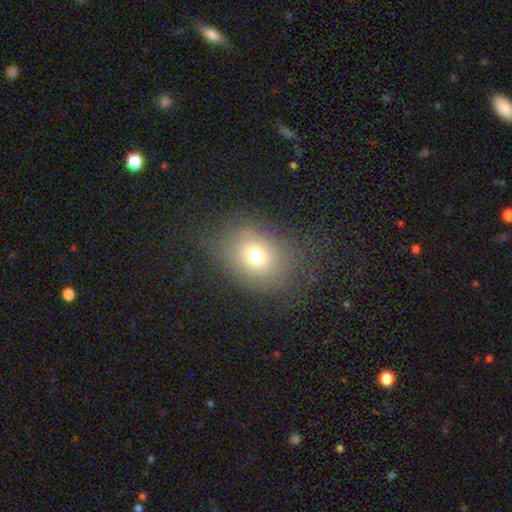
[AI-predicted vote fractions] This is likely a smooth galaxy (72%). How rounded: possibly in between (56%). Merging: likely none (73%).